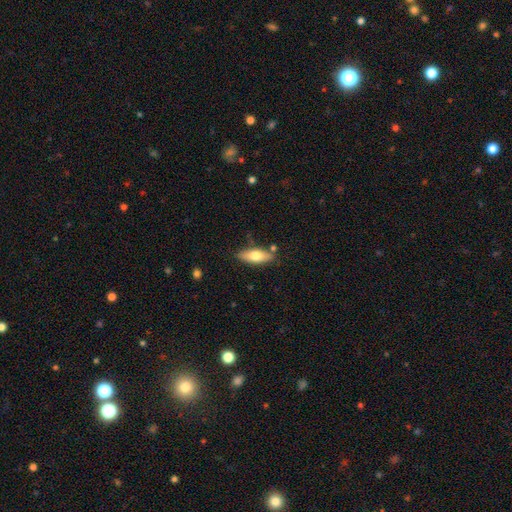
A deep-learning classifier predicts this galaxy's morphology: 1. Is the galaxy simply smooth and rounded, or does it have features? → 68% smooth, 26% featured or disk, 6% star or artifact.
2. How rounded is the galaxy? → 67% in between, 30% cigar-shaped, 3% round.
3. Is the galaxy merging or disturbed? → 78% none, 15% minor disturbance, 5% merger, 3% major disturbance.